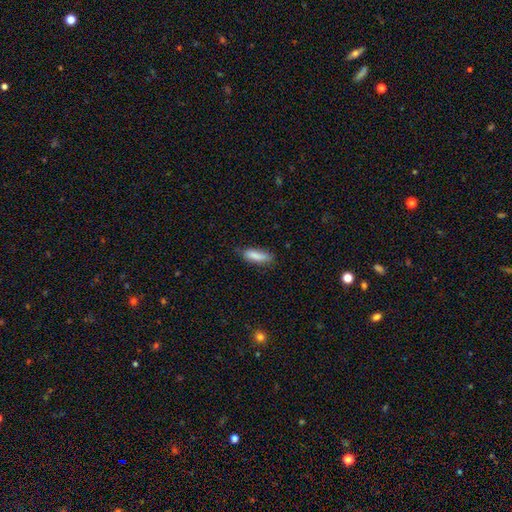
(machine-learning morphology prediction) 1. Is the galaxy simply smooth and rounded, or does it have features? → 84% smooth, 8% featured or disk, 7% star or artifact.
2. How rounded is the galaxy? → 51% cigar-shaped, 47% in between, 2% round.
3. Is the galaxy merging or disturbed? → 68% none, 25% minor disturbance, 5% major disturbance, 2% merger.